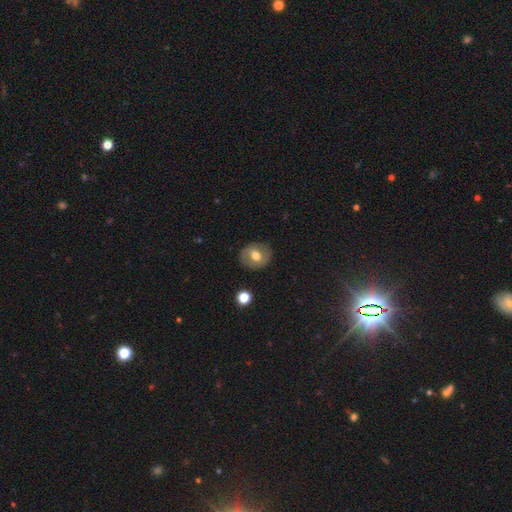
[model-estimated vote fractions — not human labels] smooth 59%, featured or disk 33%, star or artifact 8%. Down the decision tree: how rounded — round (71%); merging — none (86%).